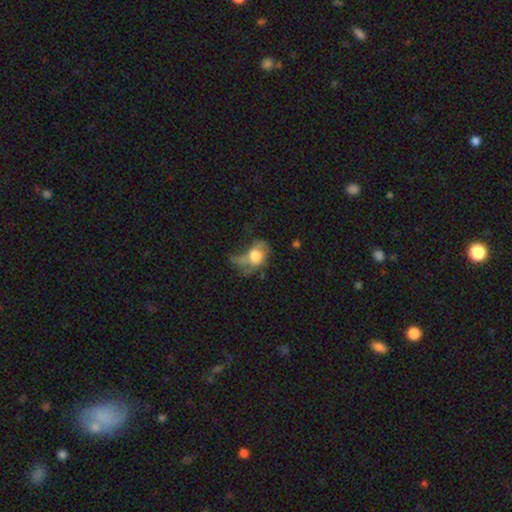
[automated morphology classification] Smooth or featured: smooth — 50% (featured or disk — 41%)
Merging: major disturbance — 52% (none — 21%)